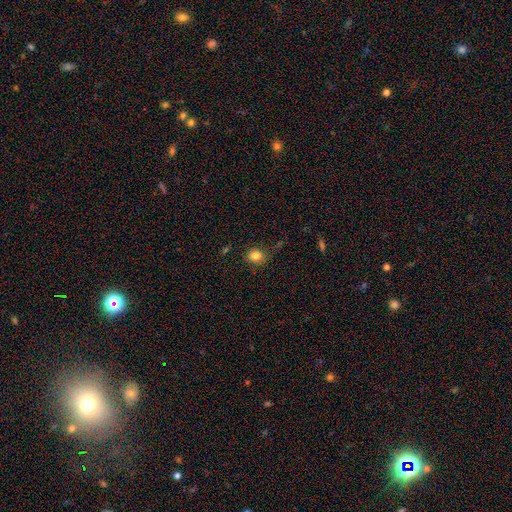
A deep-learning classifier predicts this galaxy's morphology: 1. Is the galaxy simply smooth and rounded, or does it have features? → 83% smooth, 11% star or artifact, 6% featured or disk.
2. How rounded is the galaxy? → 71% round, 28% in between, 1% cigar-shaped.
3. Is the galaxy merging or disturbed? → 77% none, 15% minor disturbance, 5% major disturbance, 2% merger.